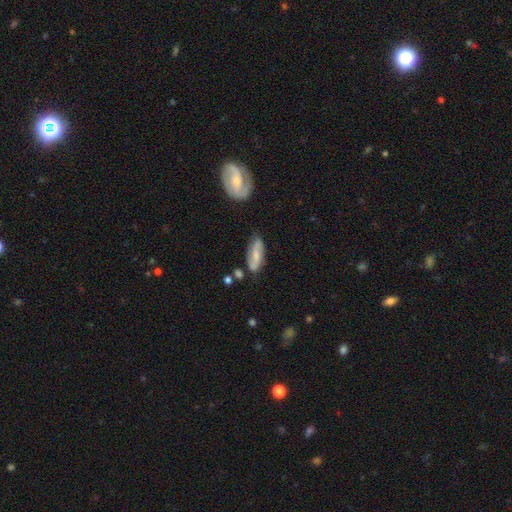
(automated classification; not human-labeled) Smooth or featured? featured or disk (57%)
Edge-on disk? no (90%)
Bar? weak (42%)
Spiral arms? yes (88%)
Bulge size? small (46%)
Merging? none (73%)